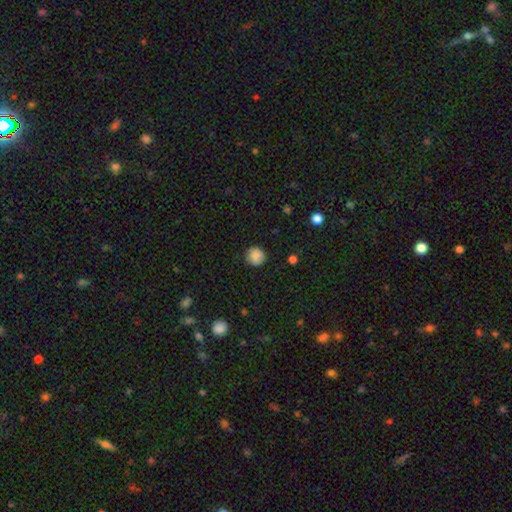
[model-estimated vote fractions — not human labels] Morphology: type=smooth (85%); roundness=round (91%); merging=none (85%).